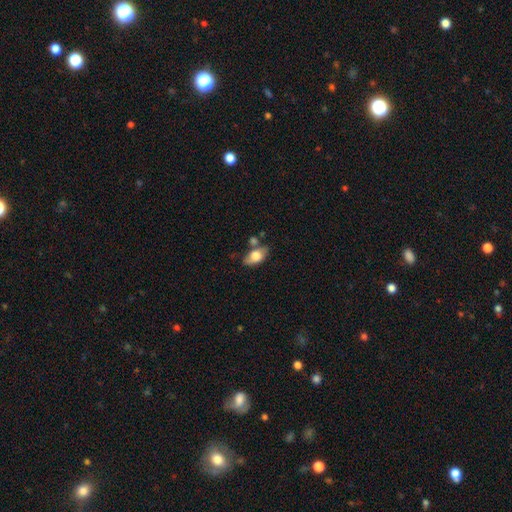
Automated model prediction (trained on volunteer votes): A smooth galaxy with no disk features (69%) that is in between round and cigar-shaped (88%).

Vote fractions:
- Smooth or featured? smooth: 69% / featured or disk: 24% / star or artifact: 7%
- How rounded? in between: 88% / round: 9% / cigar-shaped: 4%
- Merging? none: 55% / minor disturbance: 21% / merger: 17% / major disturbance: 6%